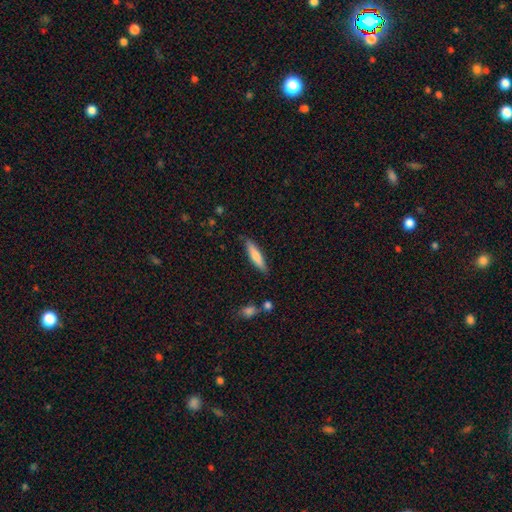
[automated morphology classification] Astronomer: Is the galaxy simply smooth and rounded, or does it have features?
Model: smooth — 71%.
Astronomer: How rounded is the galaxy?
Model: cigar-shaped — 83%.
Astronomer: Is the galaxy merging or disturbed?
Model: none — 86%.